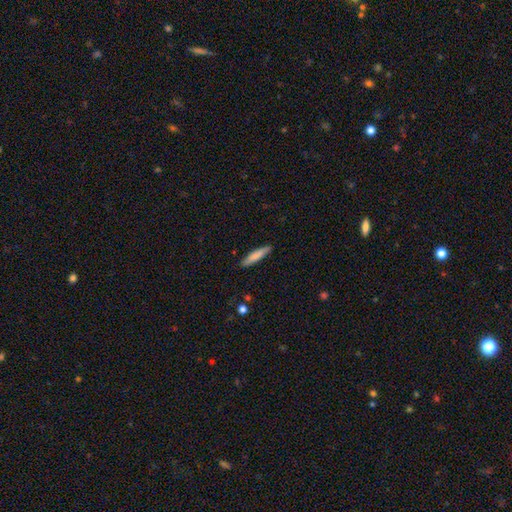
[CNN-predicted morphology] A smooth galaxy with no disk features (79%) that is cigar-shaped (86%). Merging: none (86%).